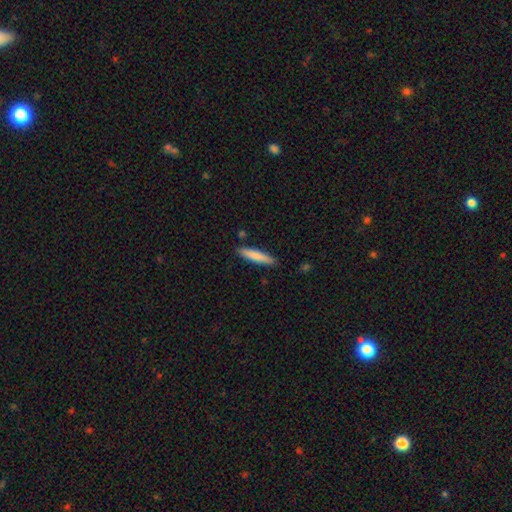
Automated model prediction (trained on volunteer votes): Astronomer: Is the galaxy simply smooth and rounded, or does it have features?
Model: smooth — 79%.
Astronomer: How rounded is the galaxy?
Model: cigar-shaped — 86%.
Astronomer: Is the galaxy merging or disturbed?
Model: none — 88%.